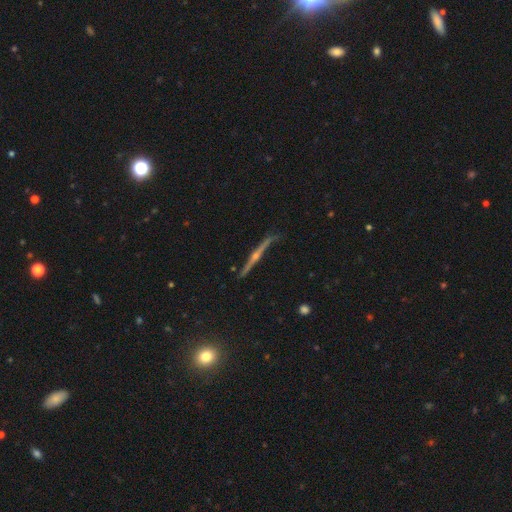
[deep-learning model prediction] Smooth or featured? Predicted: featured or disk (p=0.84). Edge-on disk? Predicted: yes (p=0.97). Edge-on bulge? Predicted: rounded (p=0.89). Merging? Predicted: none (p=0.79).